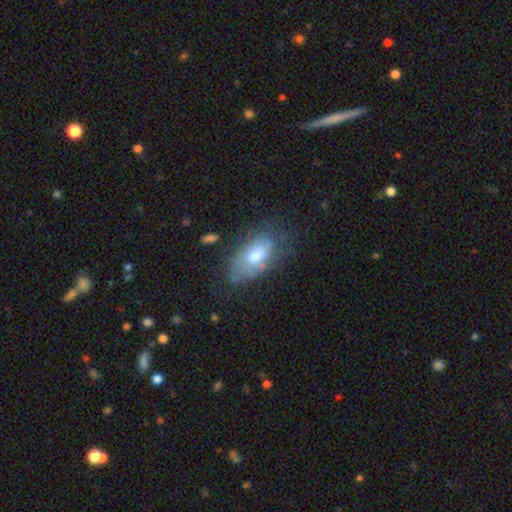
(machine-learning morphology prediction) This appears to be a smooth galaxy with no disk features (56%) that is in between round and cigar-shaped (93%). Merging: none (54%).